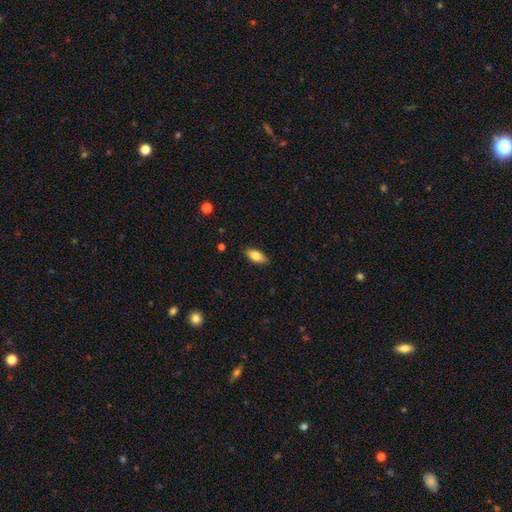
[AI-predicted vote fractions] A smooth galaxy with no disk features (81%) that is in between round and cigar-shaped (90%). Merging: none (87%).